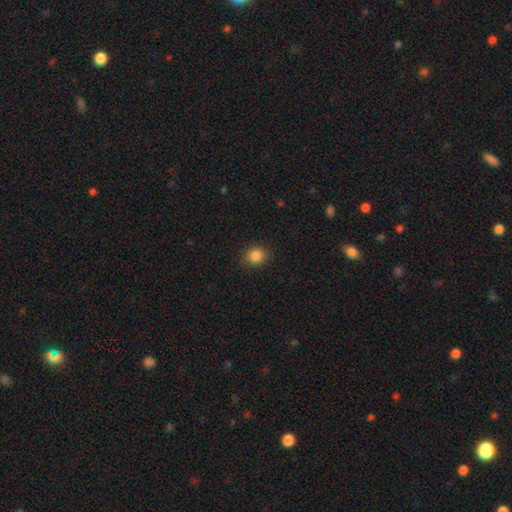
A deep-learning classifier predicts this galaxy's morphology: This is clearly a smooth galaxy (86%). How rounded: likely round (73%). Merging: clearly none (87%).